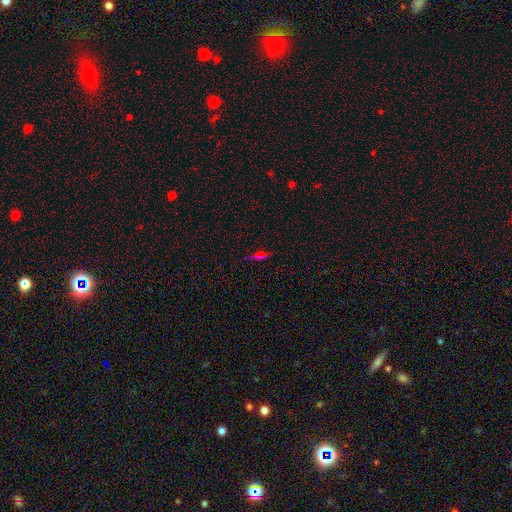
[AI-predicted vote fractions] The model was most divided on "smooth or featured": featured or disk: 51%, smooth: 31%, star or artifact: 18%. More confident: edge-on disk — yes (91%); merging — none (83%).